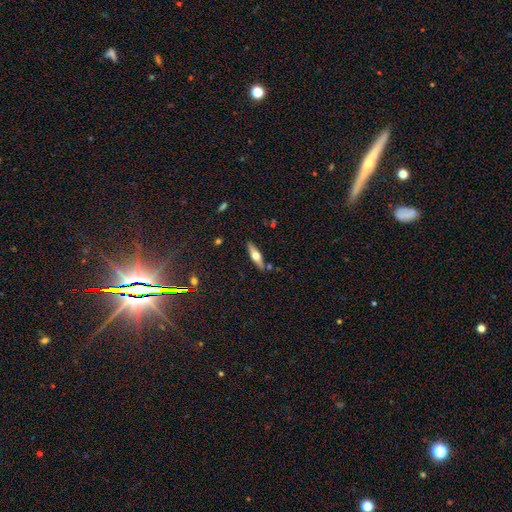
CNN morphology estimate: Overall: featured or disk (57%; smooth 36%). Edge-on disk: yes (94%). Edge-on bulge: rounded (94%). Merging: none (84%).